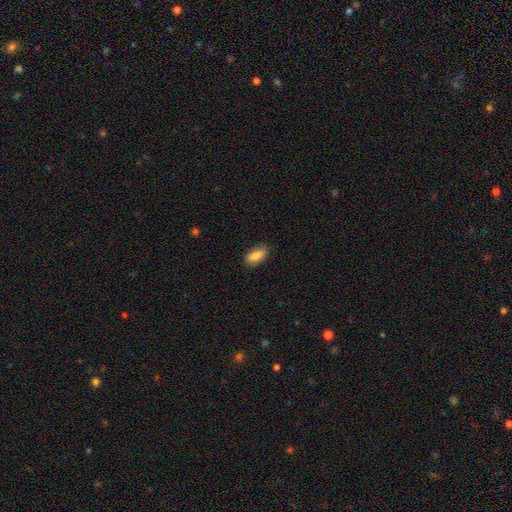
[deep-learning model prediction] This is clearly a smooth galaxy (85%). How rounded: clearly in between (88%). Merging: clearly none (85%).